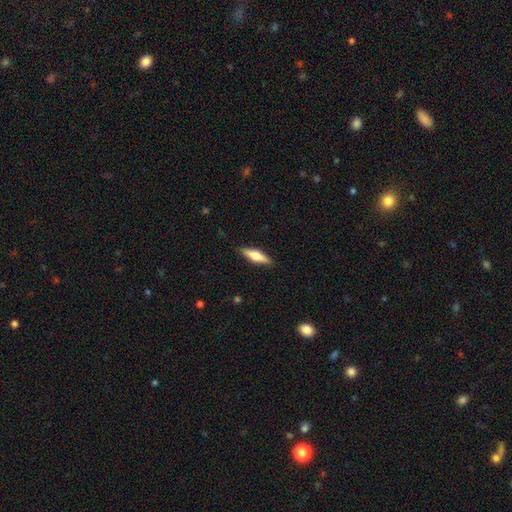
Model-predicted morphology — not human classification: A smooth galaxy with no disk features (53%) that is cigar-shaped (64%).

Vote fractions:
- Smooth or featured? smooth: 53% / featured or disk: 41% / star or artifact: 6%
- How rounded? cigar-shaped: 64% / in between: 34% / round: 2%
- Merging? none: 89% / minor disturbance: 8% / major disturbance: 2% / merger: 1%